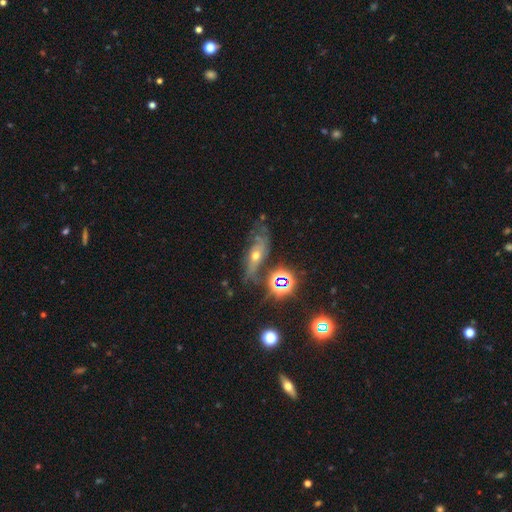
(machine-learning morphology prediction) A featured or disk galaxy (46%).

Vote fractions:
- Smooth or featured? featured or disk: 46% / smooth: 30% / star or artifact: 24%
- Merging? none: 50% / minor disturbance: 25% / major disturbance: 17% / merger: 8%